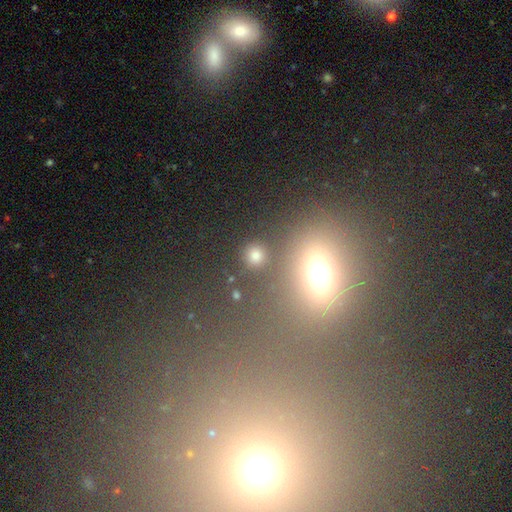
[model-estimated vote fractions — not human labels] Smooth or featured?
  - smooth: 71% *
  - star or artifact: 23%
  - featured or disk: 6%
How rounded?
  - round: 89% *
  - in between: 9%
  - cigar-shaped: 1%
Merging?
  - none: 85% *
  - minor disturbance: 7%
  - merger: 5%
  - major disturbance: 3%